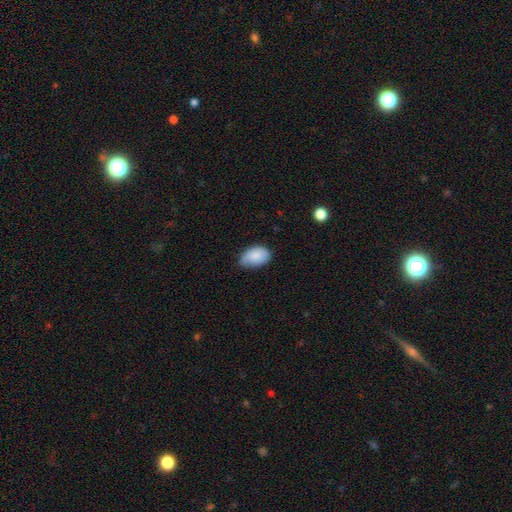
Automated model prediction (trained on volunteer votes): Q: Smooth or featured?
A: smooth (84%); runner-up: featured or disk (9%)
Q: How rounded?
A: in between (90%); runner-up: round (9%)
Q: Merging?
A: none (58%); runner-up: minor disturbance (34%)